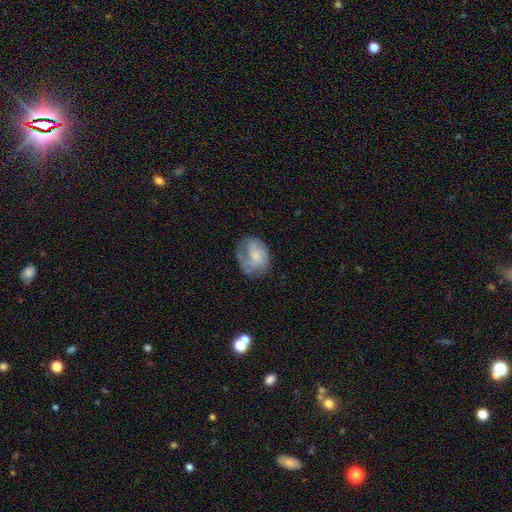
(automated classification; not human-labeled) A featured or disk galaxy (53%) with no bar (71%), spiral arms (79%) and a small central bulge (48%). Merging: none (51%).